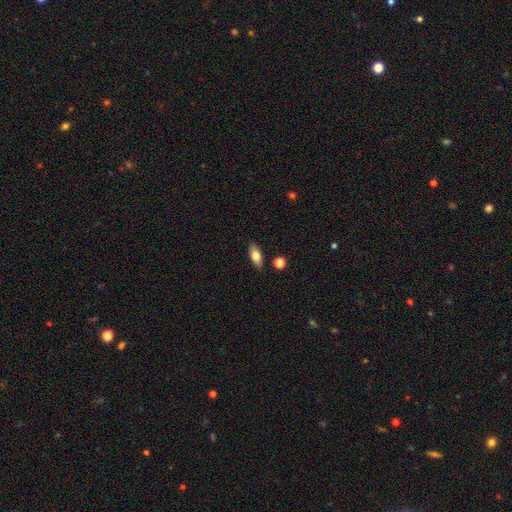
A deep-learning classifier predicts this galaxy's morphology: Smooth or featured?
  - smooth: 72% *
  - featured or disk: 21%
  - star or artifact: 7%
How rounded?
  - in between: 80% *
  - cigar-shaped: 15%
  - round: 5%
Merging?
  - none: 85% *
  - minor disturbance: 10%
  - merger: 3%
  - major disturbance: 2%